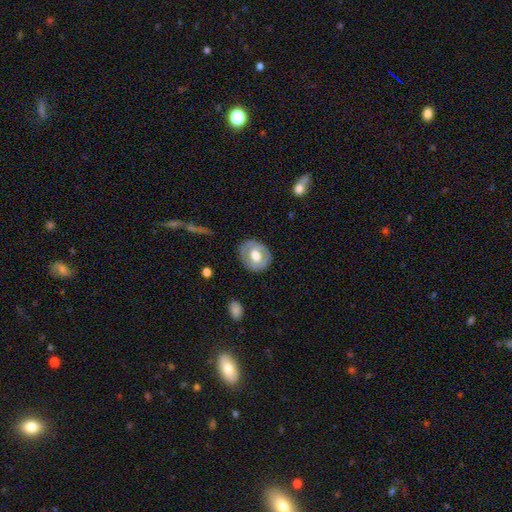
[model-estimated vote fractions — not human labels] smooth 53%, featured or disk 41%, star or artifact 6%. Down the decision tree: how rounded — round (57%); merging — none (81%).